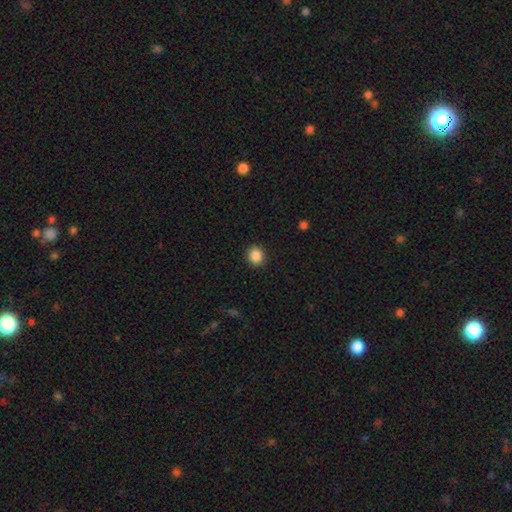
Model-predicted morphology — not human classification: Smooth or featured: smooth — 88% (star or artifact — 9%)
How rounded: round — 80% (in between — 19%)
Merging: none — 91% (minor disturbance — 6%)